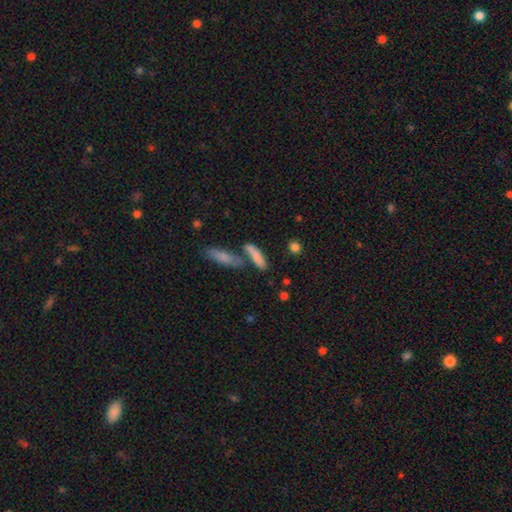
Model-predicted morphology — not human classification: The model was most divided on "merging": none: 50%, merger: 31%, minor disturbance: 13%, major disturbance: 5%. More confident: smooth or featured — smooth (77%); how rounded — cigar-shaped (61%).